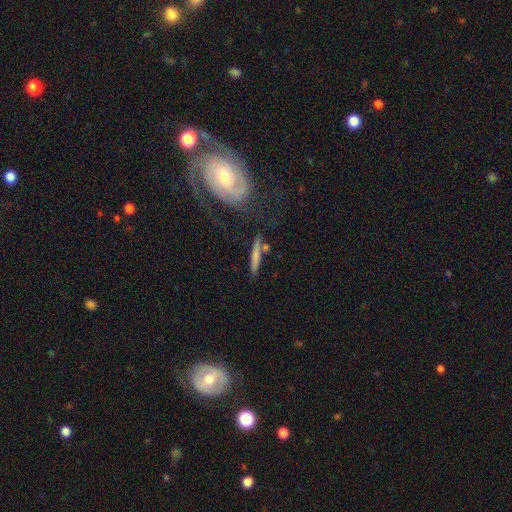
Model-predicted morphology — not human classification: This is possibly a smooth galaxy (59%). How rounded: clearly cigar-shaped (90%). Merging: likely none (70%).